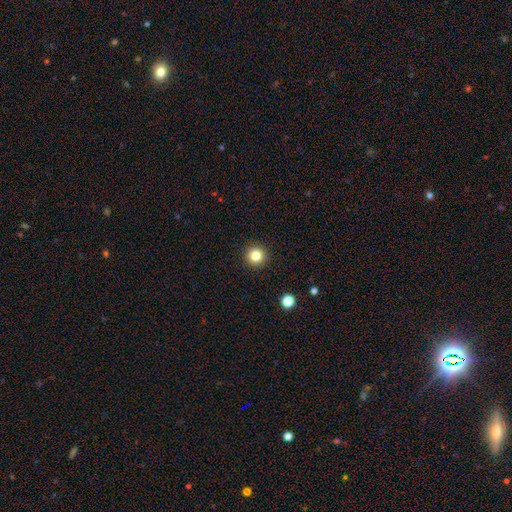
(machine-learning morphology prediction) Smooth or featured?
  - smooth: 82% *
  - star or artifact: 12%
  - featured or disk: 6%
How rounded?
  - round: 96% *
  - in between: 3%
  - cigar-shaped: 1%
Merging?
  - none: 93% *
  - minor disturbance: 5%
  - major disturbance: 2%
  - merger: 1%